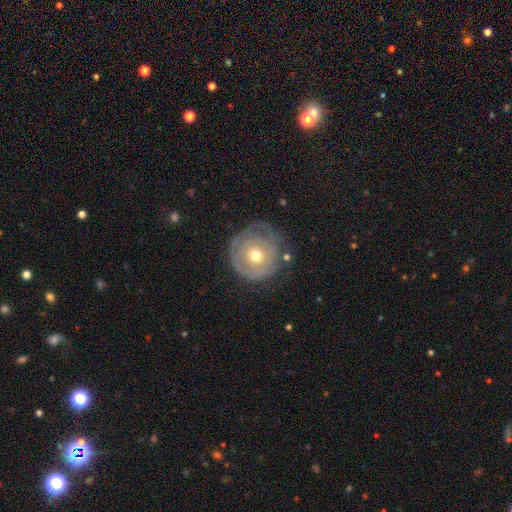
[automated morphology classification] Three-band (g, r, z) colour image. It shows a featured or disk galaxy (53%) with no bar (88%), no spiral arms (56%) and a moderate central bulge (70%). Merging: none (62%).